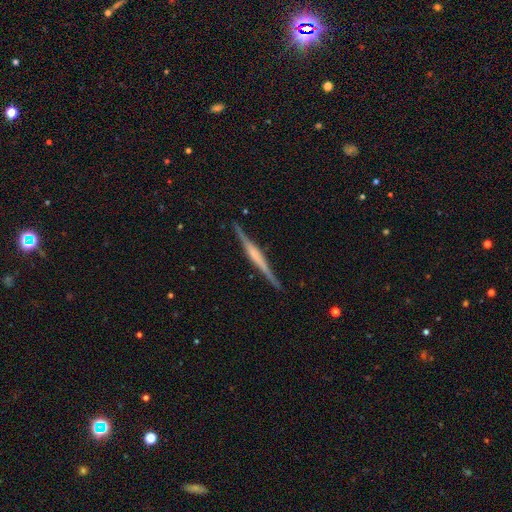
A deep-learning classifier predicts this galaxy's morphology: The model was most divided on "edge-on bulge": boxy: 39%, rounded: 36%, none: 25%. More confident: edge-on disk — yes (98%); merging — none (90%); smooth or featured — featured or disk (77%).